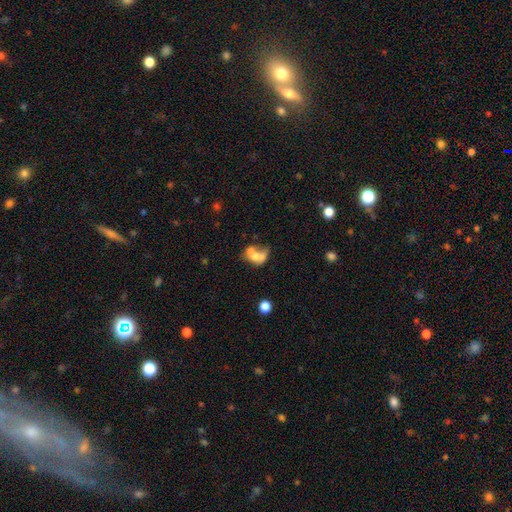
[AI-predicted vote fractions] Smooth or featured?
  - smooth: 57% *
  - featured or disk: 32%
  - star or artifact: 11%
How rounded?
  - in between: 64% *
  - round: 34%
  - cigar-shaped: 2%
Merging?
  - merger: 60% *
  - none: 18%
  - major disturbance: 12%
  - minor disturbance: 10%